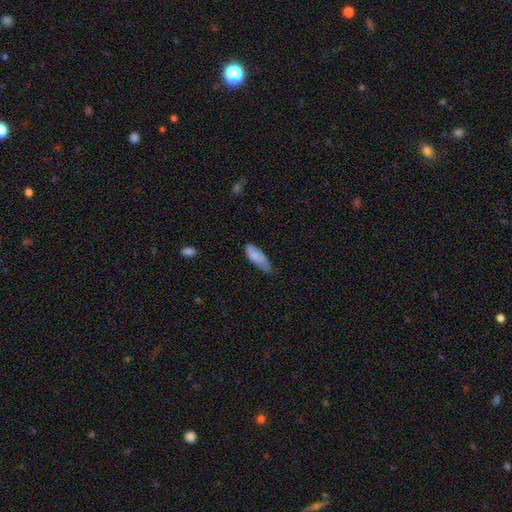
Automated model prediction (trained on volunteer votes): A smooth galaxy with no disk features (78%) that is in between round and cigar-shaped (71%). Merging: minor disturbance (46%).